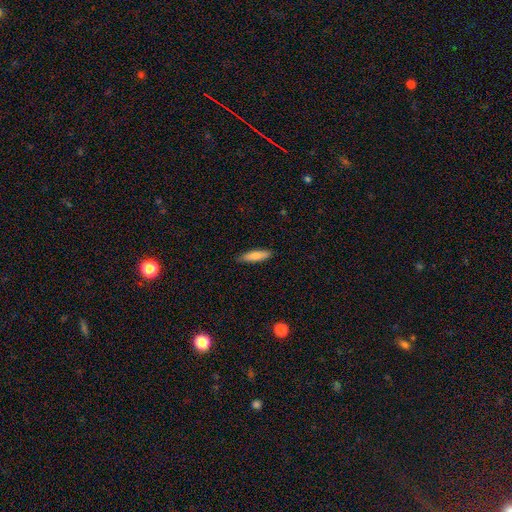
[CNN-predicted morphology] A smooth galaxy with no disk features (80%) that is cigar-shaped (72%).

Vote fractions:
- Smooth or featured? smooth: 80% / featured or disk: 14% / star or artifact: 6%
- How rounded? cigar-shaped: 72% / in between: 27% / round: 2%
- Merging? none: 87% / minor disturbance: 10% / major disturbance: 2% / merger: 1%